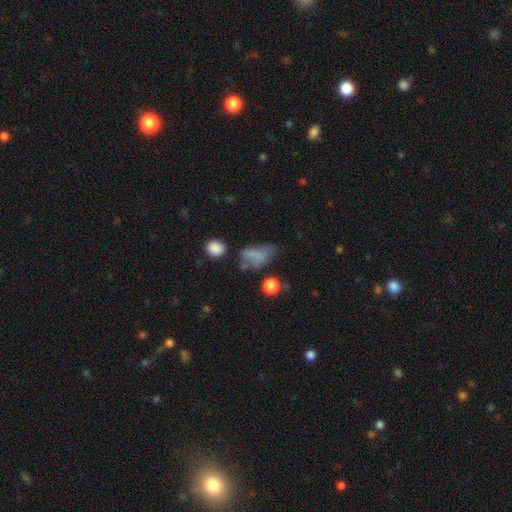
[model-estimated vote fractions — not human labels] A smooth galaxy with no disk features (67%) that is in between round and cigar-shaped (78%). Merging: none (32%).